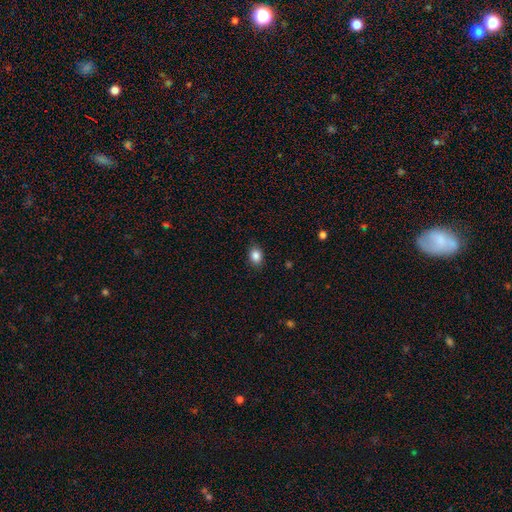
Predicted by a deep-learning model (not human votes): smooth 86%, star or artifact 9%, featured or disk 5%. Down the decision tree: how rounded — in between (63%); merging — none (86%).